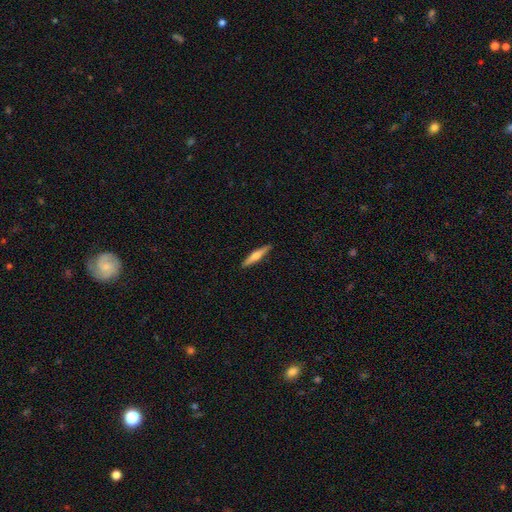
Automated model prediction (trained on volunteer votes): The model was most divided on "smooth or featured": featured or disk: 50%, smooth: 44%, star or artifact: 5%. More confident: edge-on disk — yes (96%); merging — none (91%).